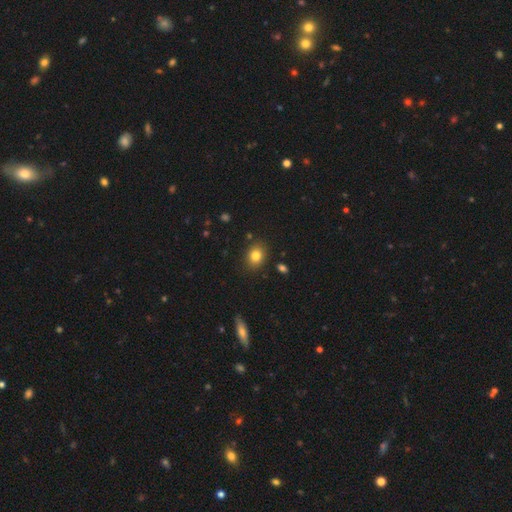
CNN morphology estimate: The model was most divided on "how rounded": round: 53%, in between: 46%, cigar-shaped: 1%. More confident: merging — none (86%); smooth or featured — smooth (82%).